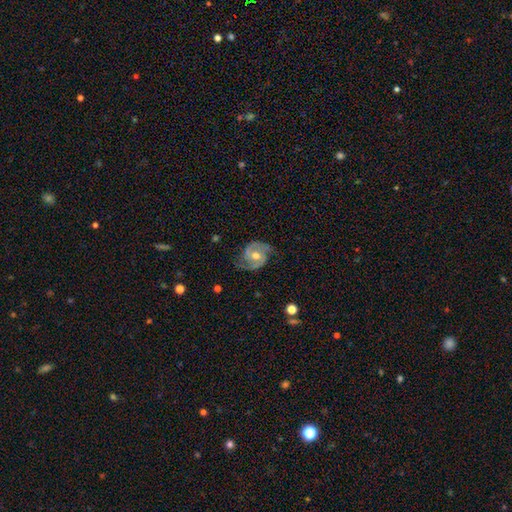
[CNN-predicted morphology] featured or disk 87%, smooth 7%, star or artifact 5%. Down the decision tree: edge-on disk — no (97%); bar — no (51%); spiral arms — yes (96%); spiral arm count — 2 (92%); spiral winding — medium (52%); bulge size — moderate (76%); merging — none (76%).